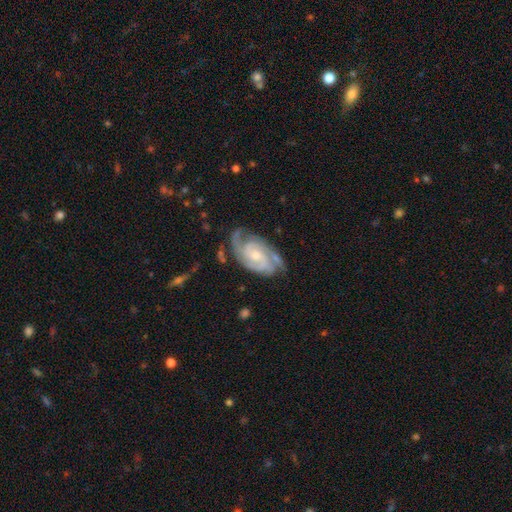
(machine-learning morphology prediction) smooth_or_featured: featured or disk (p=0.90) [alt: smooth p=0.05]
disk_edge_on: no (p=0.97) [alt: yes p=0.03]
bar: no (p=0.58) [alt: weak p=0.33]
has_spiral_arms: yes (p=0.98) [alt: no p=0.02]
spiral_winding: tight (p=0.59) [alt: medium p=0.35]
spiral_arm_count: 2 (p=0.44) [alt: 3 p=0.34]
bulge_size: small (p=0.52) [alt: moderate p=0.41]
merging: none (p=0.71) [alt: minor disturbance p=0.20]